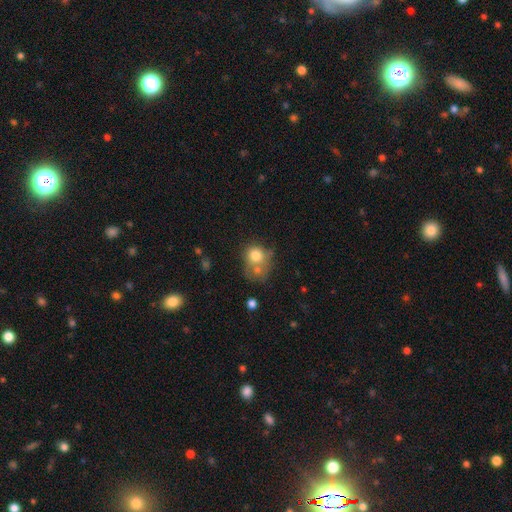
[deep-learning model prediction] A smooth galaxy with no disk features (76%) that is round (73%). Merging: merger (40%).